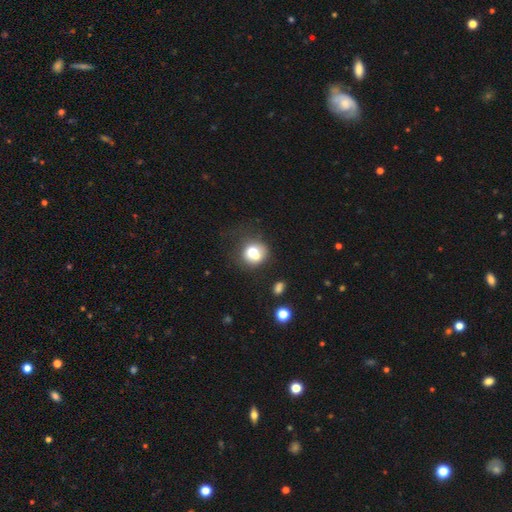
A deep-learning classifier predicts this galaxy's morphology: Smooth or featured?
  - smooth: 66% *
  - featured or disk: 23%
  - star or artifact: 11%
How rounded?
  - round: 80% *
  - in between: 19%
  - cigar-shaped: 1%
Merging?
  - none: 43% *
  - merger: 33%
  - minor disturbance: 15%
  - major disturbance: 9%